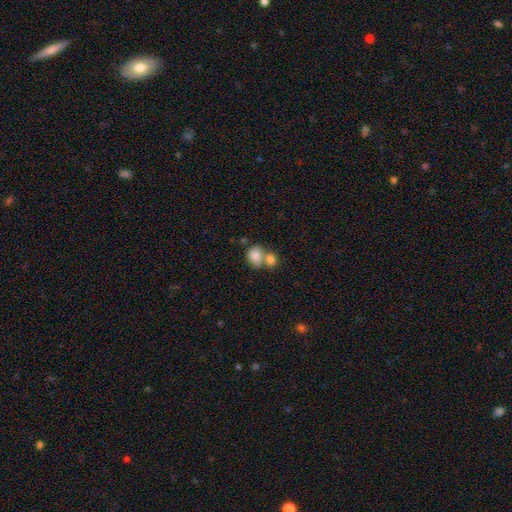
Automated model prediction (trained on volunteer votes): The model was most divided on "how rounded": round: 55%, in between: 44%, cigar-shaped: 1%. More confident: smooth or featured — smooth (82%); merging — merger (56%).